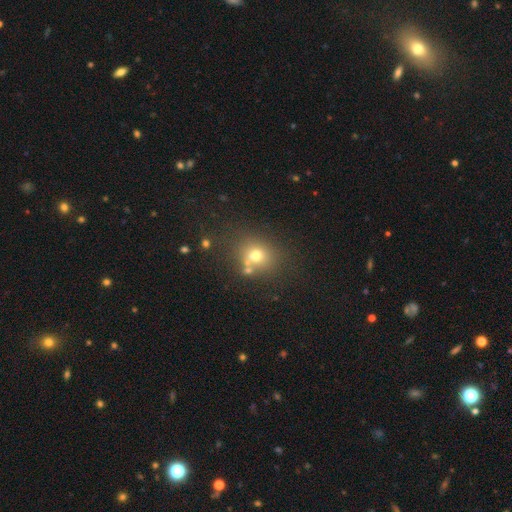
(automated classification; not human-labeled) The model was most divided on "merging": none: 62%, merger: 20%, minor disturbance: 13%, major disturbance: 6%. More confident: how rounded — round (74%); smooth or featured — smooth (68%).